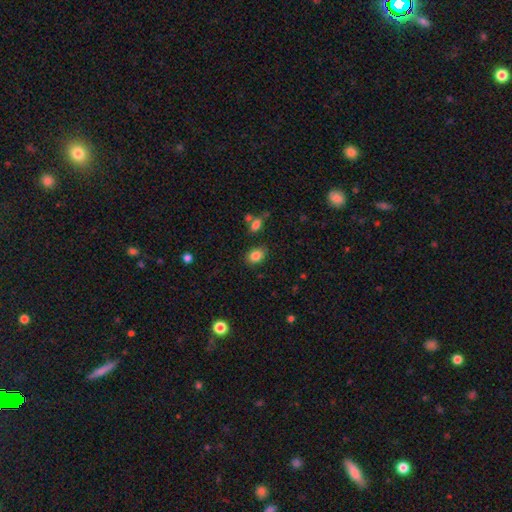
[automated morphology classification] smooth 84%, star or artifact 10%, featured or disk 6%. Down the decision tree: how rounded — in between (68%); merging — none (82%).